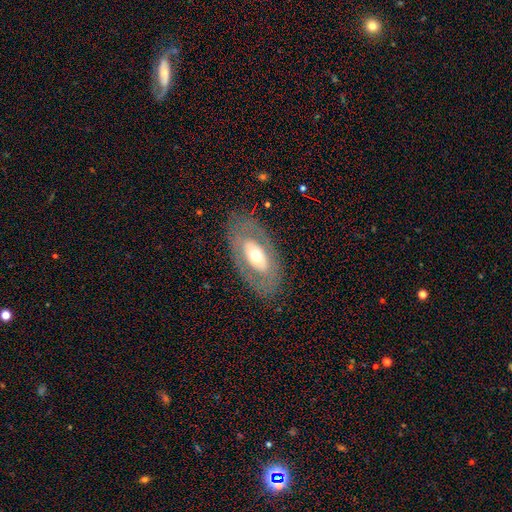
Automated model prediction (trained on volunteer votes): The model was most divided on "smooth or featured": featured or disk: 53%, smooth: 40%, star or artifact: 7%. More confident: edge-on disk — no (86%); merging — none (80%).